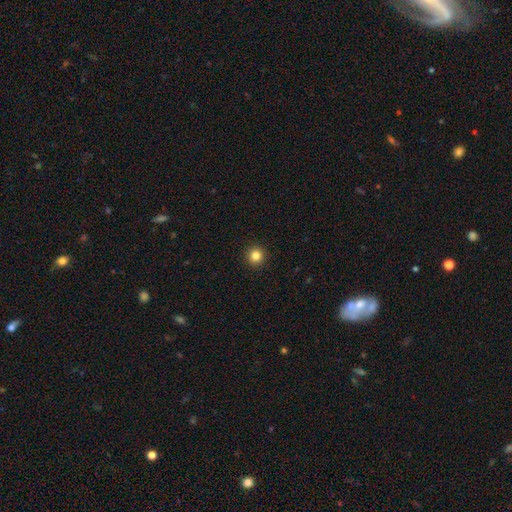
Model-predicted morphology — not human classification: Overall: smooth (84%). How rounded: round (95%). Merging: none (93%).